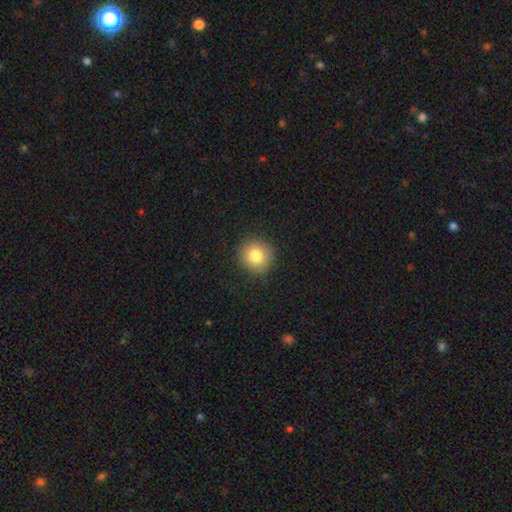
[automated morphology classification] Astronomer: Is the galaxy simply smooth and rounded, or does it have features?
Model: smooth — 82%.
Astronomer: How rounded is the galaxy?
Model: round — 92%.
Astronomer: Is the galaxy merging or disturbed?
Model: none — 89%.